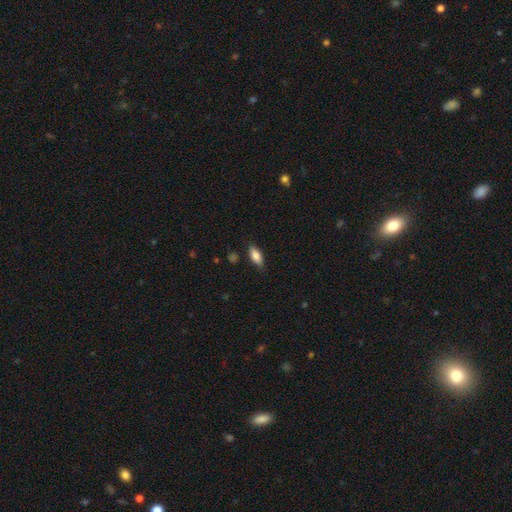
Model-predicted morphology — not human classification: smooth_or_featured: smooth (p=0.80) [alt: featured or disk p=0.13]
how_rounded: in between (p=0.81) [alt: cigar-shaped p=0.17]
merging: none (p=0.82) [alt: minor disturbance p=0.14]